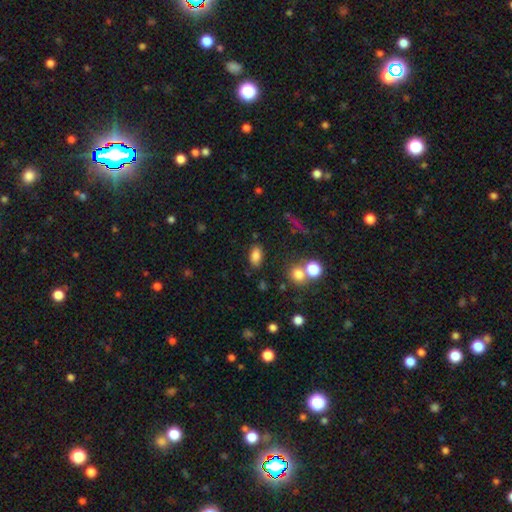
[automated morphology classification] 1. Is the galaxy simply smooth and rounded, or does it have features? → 81% smooth, 12% star or artifact, 7% featured or disk.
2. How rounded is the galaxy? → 88% in between, 9% round, 3% cigar-shaped.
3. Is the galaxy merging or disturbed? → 81% none, 11% minor disturbance, 5% merger, 4% major disturbance.